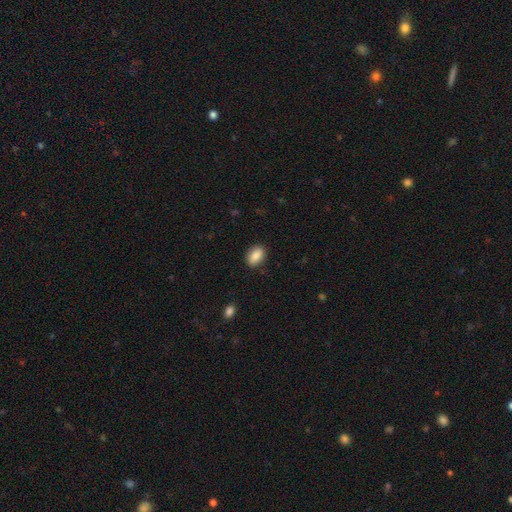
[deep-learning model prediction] A smooth galaxy with no disk features (86%) that is in between round and cigar-shaped (85%).

Vote fractions:
- Smooth or featured? smooth: 86% / star or artifact: 7% / featured or disk: 6%
- How rounded? in between: 85% / round: 14% / cigar-shaped: 2%
- Merging? none: 88% / minor disturbance: 9% / major disturbance: 2% / merger: 1%